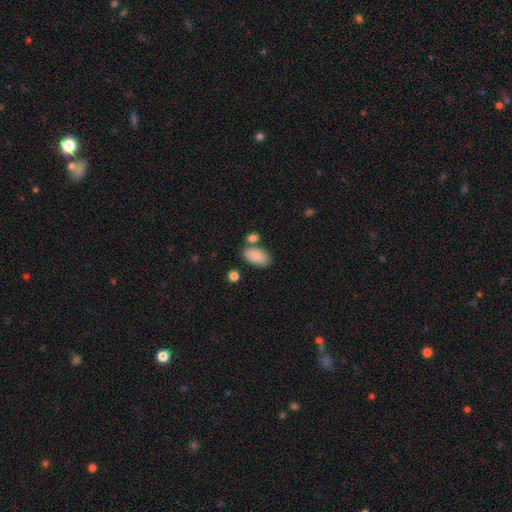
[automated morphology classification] A smooth galaxy with no disk features (85%) that is in between round and cigar-shaped (94%).

Vote fractions:
- Smooth or featured? smooth: 85% / featured or disk: 8% / star or artifact: 7%
- How rounded? in between: 94% / round: 4% / cigar-shaped: 2%
- Merging? none: 65% / merger: 16% / minor disturbance: 14% / major disturbance: 4%